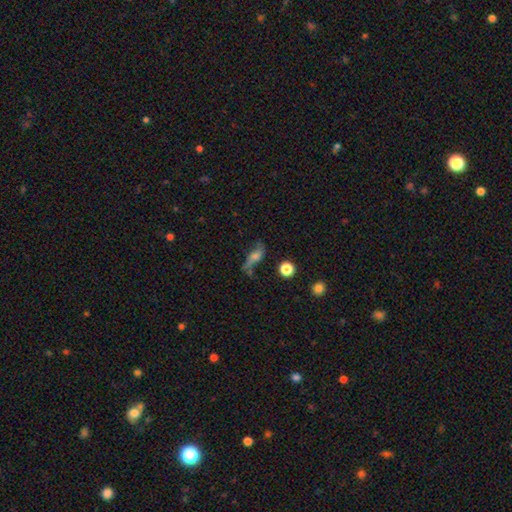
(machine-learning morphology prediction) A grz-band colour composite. It shows a featured or disk galaxy (46%). Merging: none (42%).